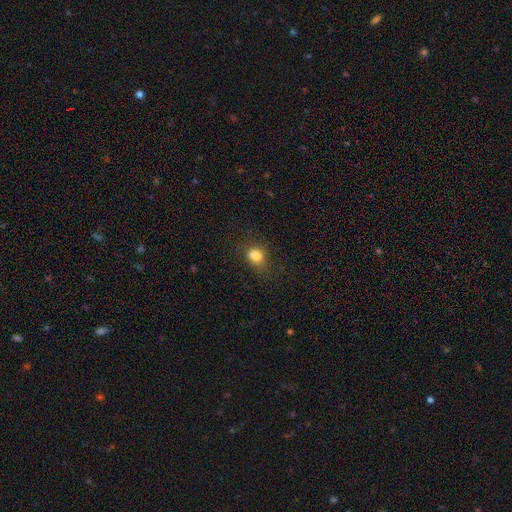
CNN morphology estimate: A smooth galaxy with no disk features (80%) that is in between round and cigar-shaped (52%).

Vote fractions:
- Smooth or featured? smooth: 80% / star or artifact: 13% / featured or disk: 7%
- How rounded? in between: 52% / round: 47% / cigar-shaped: 1%
- Merging? none: 60% / minor disturbance: 23% / major disturbance: 11% / merger: 6%